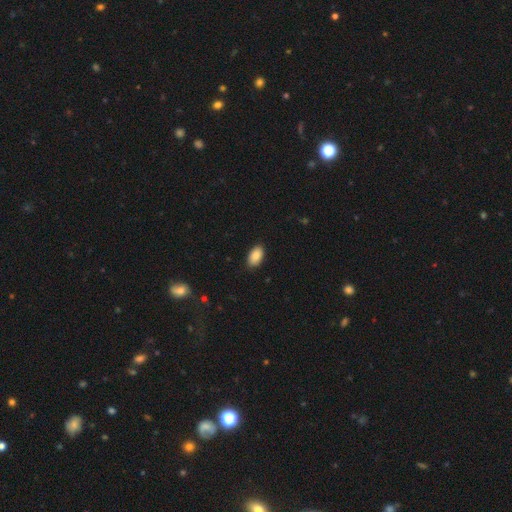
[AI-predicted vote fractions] Smooth or featured? smooth (89%)
How rounded? in between (94%)
Merging? none (87%)